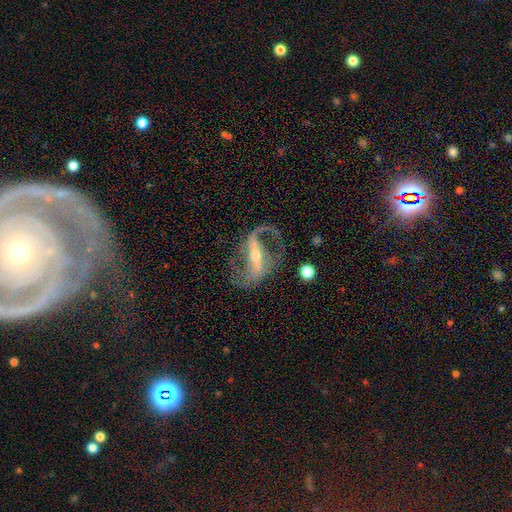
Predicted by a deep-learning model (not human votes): The model was most divided on "spiral winding": loose: 49%, medium: 40%, tight: 11%. More confident: spiral arms — yes (94%); edge-on disk — no (93%); smooth or featured — featured or disk (90%); spiral arm count — 2 (85%); bar — strong (70%); merging — none (65%); bulge size — small (56%).